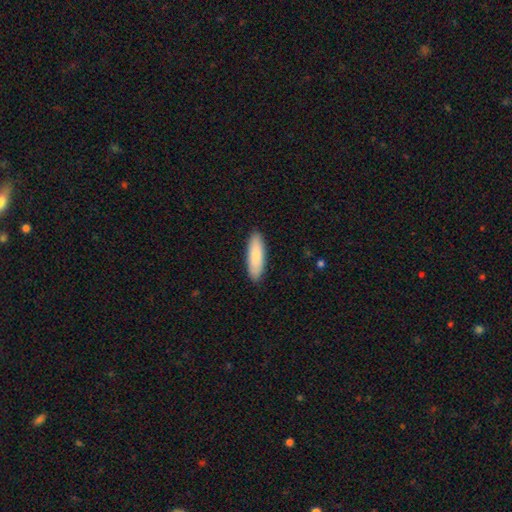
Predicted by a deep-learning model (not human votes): smooth-or-featured: smooth: 84% | featured or disk: 11% | star or artifact: 5%
  how-rounded: cigar-shaped: 54% | in between: 45% | round: 2%
  merging: none: 90% | minor disturbance: 8% | major disturbance: 2% | merger: 1%